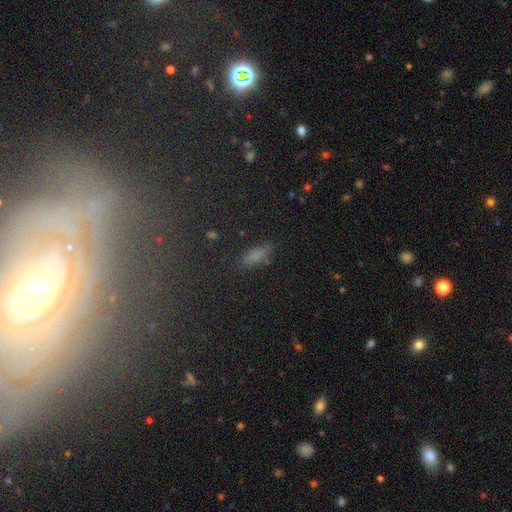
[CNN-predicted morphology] The model was most divided on "how rounded": in between: 66%, cigar-shaped: 30%, round: 4%. More confident: merging — none (80%); smooth or featured — smooth (73%).